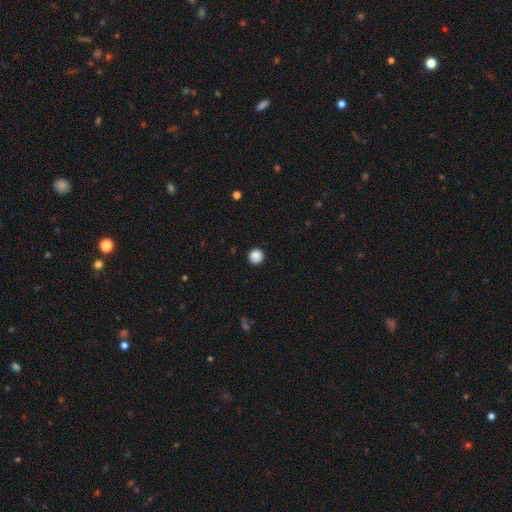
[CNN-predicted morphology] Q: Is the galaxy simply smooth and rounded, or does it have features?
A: smooth — 87%.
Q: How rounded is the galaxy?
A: round — 95%.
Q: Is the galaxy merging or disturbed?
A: none — 91%.